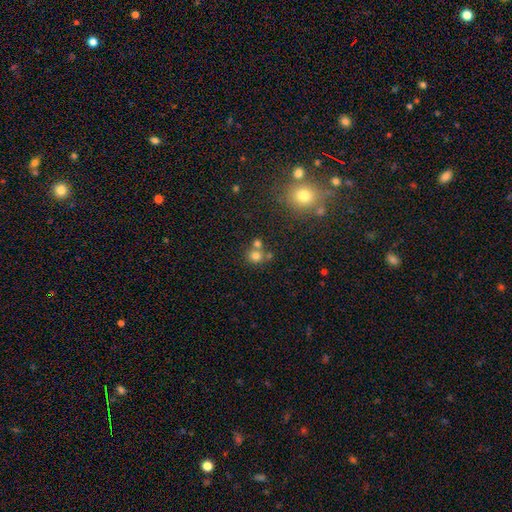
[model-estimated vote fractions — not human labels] Overall: smooth (75%). How rounded: round (86%). Merging: none (55%; merger 34%).